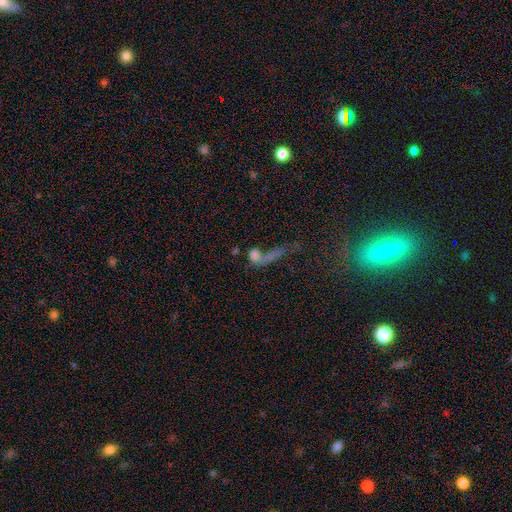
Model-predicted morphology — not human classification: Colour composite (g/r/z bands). It shows a smooth galaxy with no disk features (63%) that is in between round and cigar-shaped (44%). Merging: merger (44%).